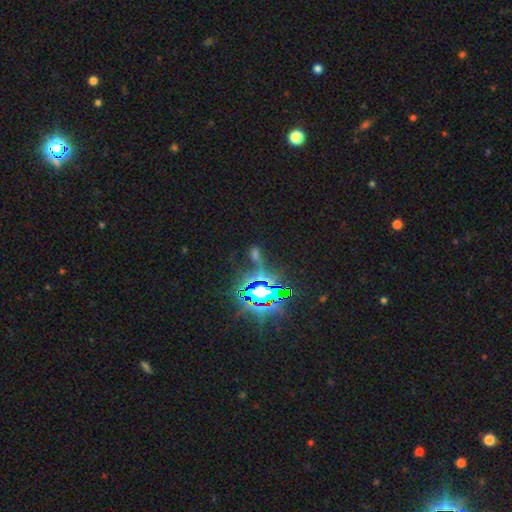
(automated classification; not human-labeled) Smooth or featured? Predicted: star or artifact (p=0.70).